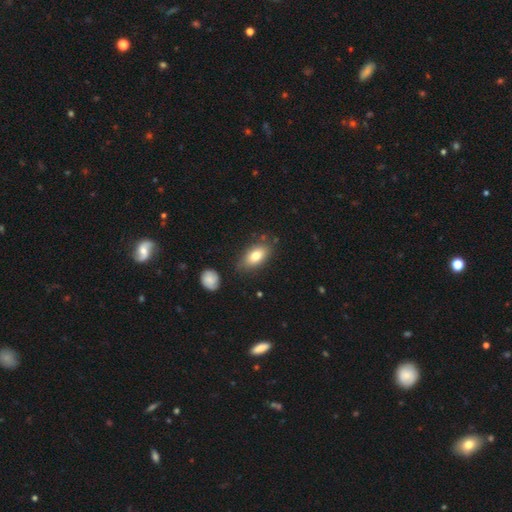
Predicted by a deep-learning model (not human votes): Overall: smooth (78%). How rounded: in between (88%). Merging: none (78%).